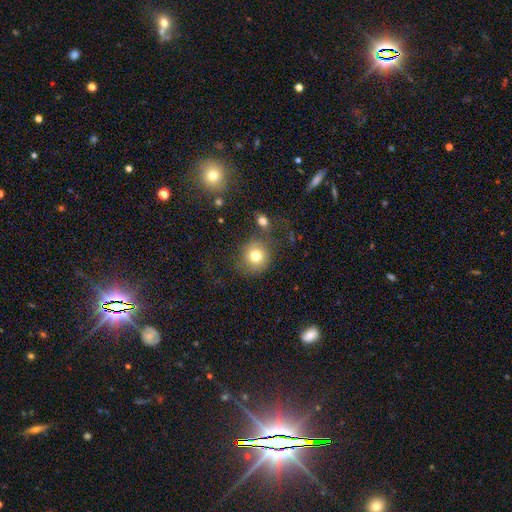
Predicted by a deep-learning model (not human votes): Smooth or featured? smooth (76%)
How rounded? round (88%)
Merging? none (67%)